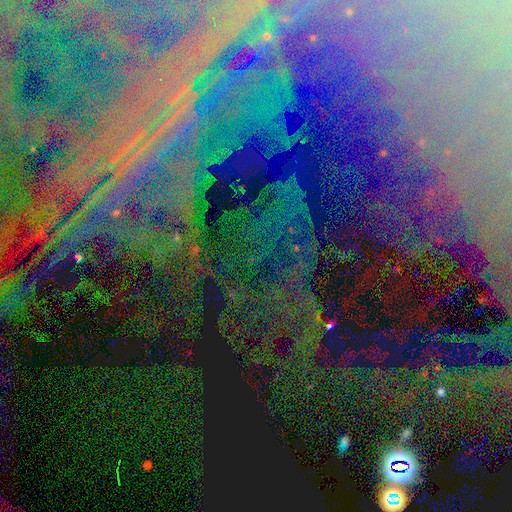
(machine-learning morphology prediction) Smooth or featured: star or artifact — 75% (featured or disk — 16%)